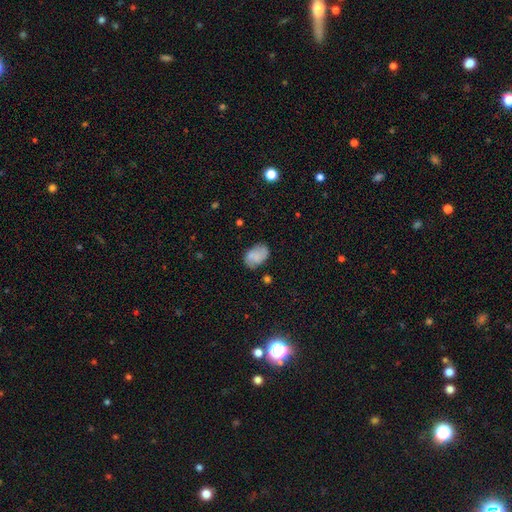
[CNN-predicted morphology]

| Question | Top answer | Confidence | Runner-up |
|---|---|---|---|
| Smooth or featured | smooth | 73% | featured or disk (19%) |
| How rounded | in between | 87% | round (11%) |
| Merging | none | 69% | minor disturbance (22%) |